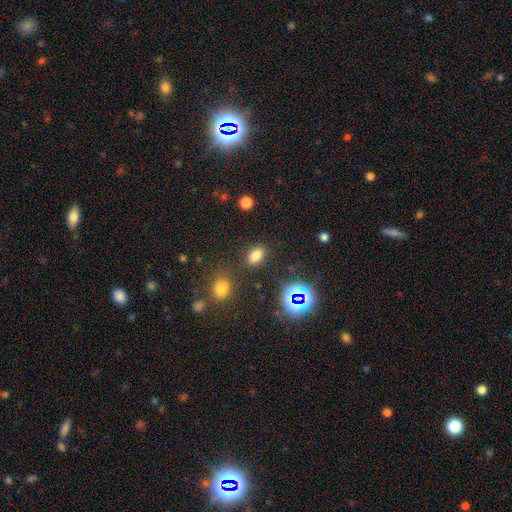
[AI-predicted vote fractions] Smooth or featured? Predicted: smooth (p=0.74). How rounded? Predicted: in between (p=0.84). Merging? Predicted: none (p=0.84).